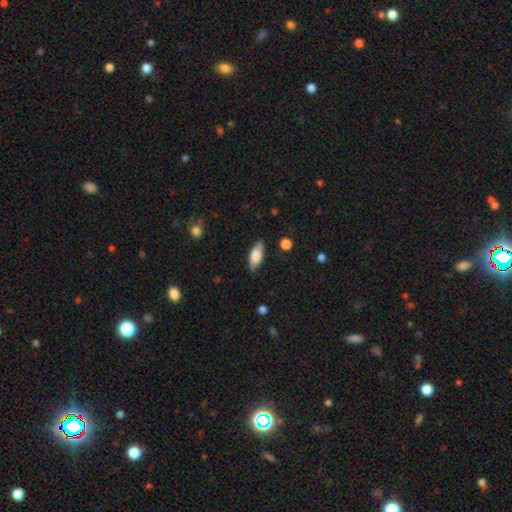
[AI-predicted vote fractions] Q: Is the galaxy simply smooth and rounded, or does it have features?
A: smooth — 76%.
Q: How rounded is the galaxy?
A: in between — 80%.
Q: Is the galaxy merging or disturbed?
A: none — 83%.